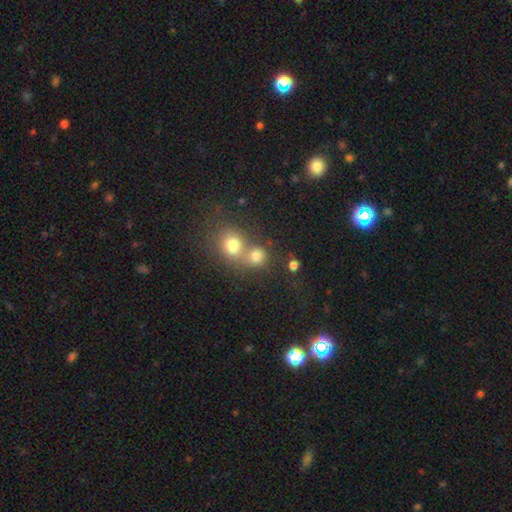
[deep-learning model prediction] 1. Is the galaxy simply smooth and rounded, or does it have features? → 76% smooth, 15% star or artifact, 9% featured or disk.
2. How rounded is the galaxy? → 80% round, 19% in between, 1% cigar-shaped.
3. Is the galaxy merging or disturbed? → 51% merger, 38% none, 6% minor disturbance, 4% major disturbance.